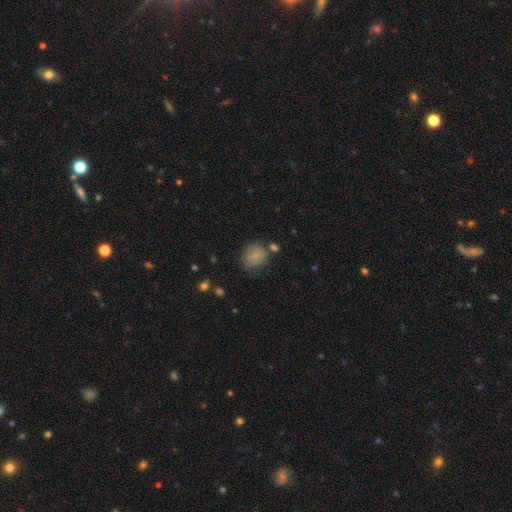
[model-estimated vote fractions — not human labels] Q: Smooth or featured?
A: smooth (71%); runner-up: featured or disk (18%)
Q: How rounded?
A: round (65%); runner-up: in between (34%)
Q: Merging?
A: none (60%); runner-up: minor disturbance (25%)